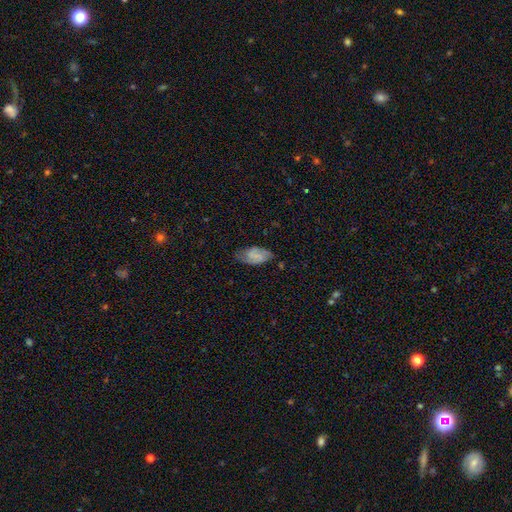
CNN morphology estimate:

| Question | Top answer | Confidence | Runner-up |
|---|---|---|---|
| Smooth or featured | featured or disk | 48% | smooth (44%) |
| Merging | none | 68% | minor disturbance (24%) |